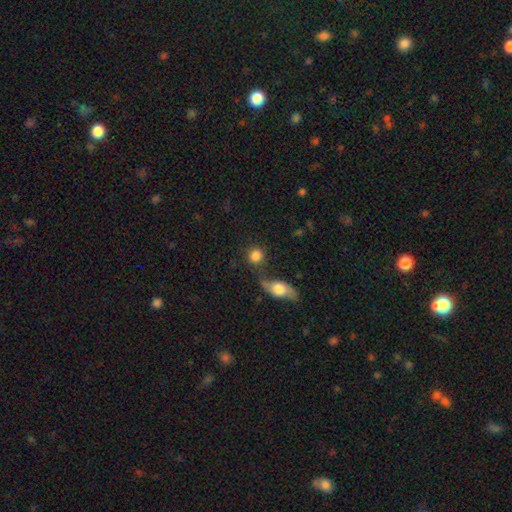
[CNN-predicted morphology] Smooth or featured?
  - smooth: 81% *
  - featured or disk: 11%
  - star or artifact: 9%
How rounded?
  - round: 84% *
  - in between: 14%
  - cigar-shaped: 2%
Merging?
  - none: 61% *
  - merger: 21%
  - minor disturbance: 12%
  - major disturbance: 6%